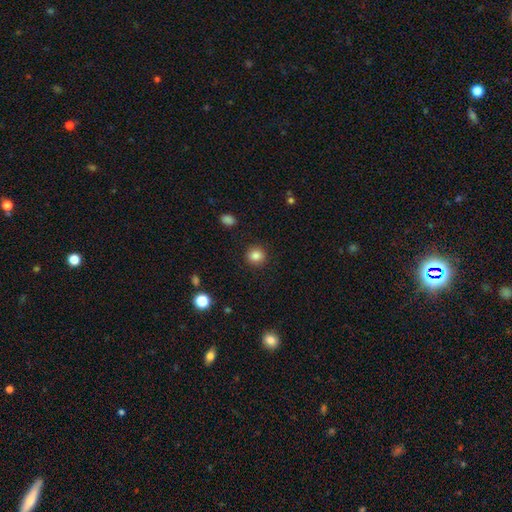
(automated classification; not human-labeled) smooth_or_featured: smooth (p=0.84) [alt: star or artifact p=0.11]
how_rounded: round (p=0.91) [alt: in between p=0.08]
merging: none (p=0.91) [alt: minor disturbance p=0.05]